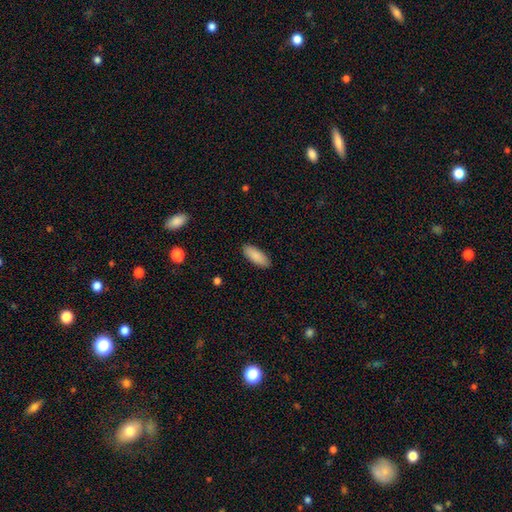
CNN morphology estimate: This is clearly a smooth galaxy (89%). How rounded: likely in between (75%). Merging: clearly none (90%).